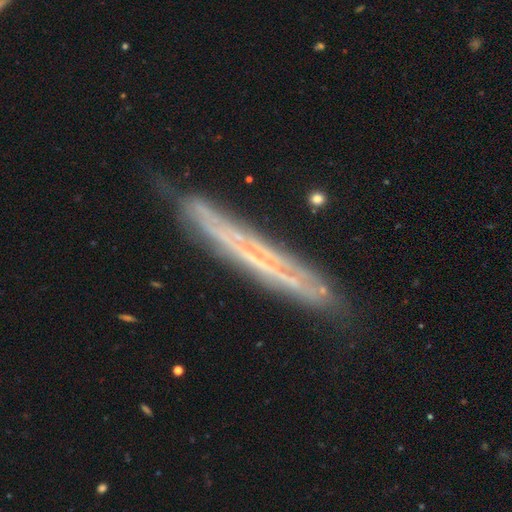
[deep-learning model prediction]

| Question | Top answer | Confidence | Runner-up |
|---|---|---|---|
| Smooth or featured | featured or disk | 69% | smooth (23%) |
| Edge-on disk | yes | 73% | no (27%) |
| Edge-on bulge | none | 85% | rounded (10%) |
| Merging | none | 74% | minor disturbance (19%) |